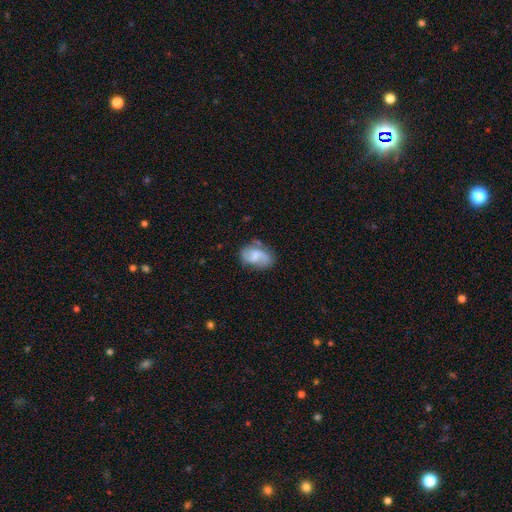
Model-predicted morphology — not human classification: Q: Smooth or featured?
A: featured or disk (51%); runner-up: smooth (41%)
Q: Edge-on disk?
A: no (97%); runner-up: yes (3%)
Q: Merging?
A: none (56%); runner-up: minor disturbance (28%)